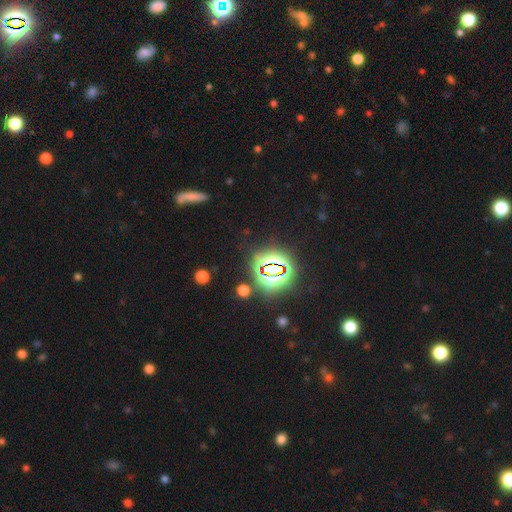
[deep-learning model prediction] Smooth or featured? Predicted: star or artifact (p=0.78).